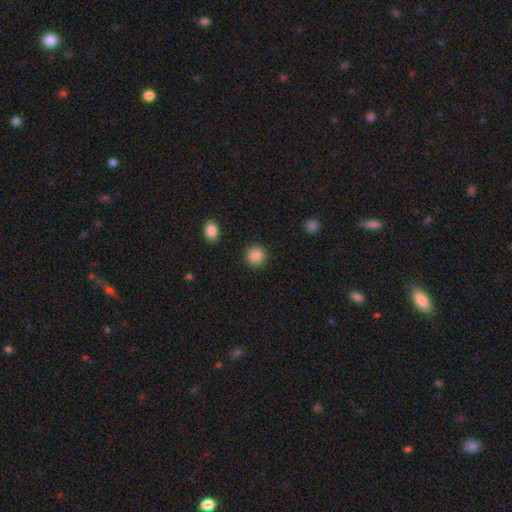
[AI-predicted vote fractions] Overall: smooth (88%). How rounded: round (92%). Merging: none (91%).